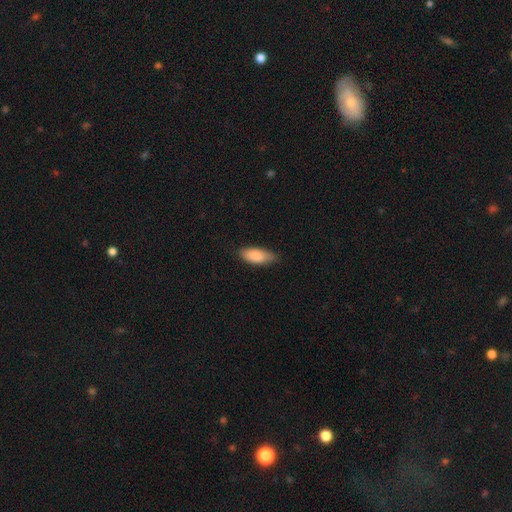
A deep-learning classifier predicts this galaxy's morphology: smooth_or_featured: smooth (p=0.87) [alt: featured or disk p=0.07]
how_rounded: in between (p=0.82) [alt: cigar-shaped p=0.16]
merging: none (p=0.73) [alt: minor disturbance p=0.22]